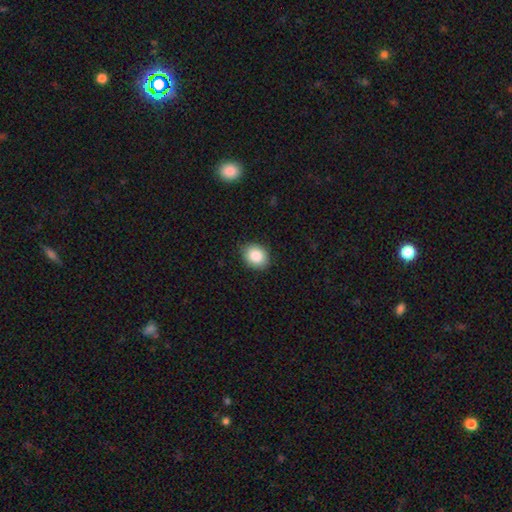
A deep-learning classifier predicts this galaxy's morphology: A smooth galaxy with no disk features (86%) that is round (55%). Merging: none (87%).